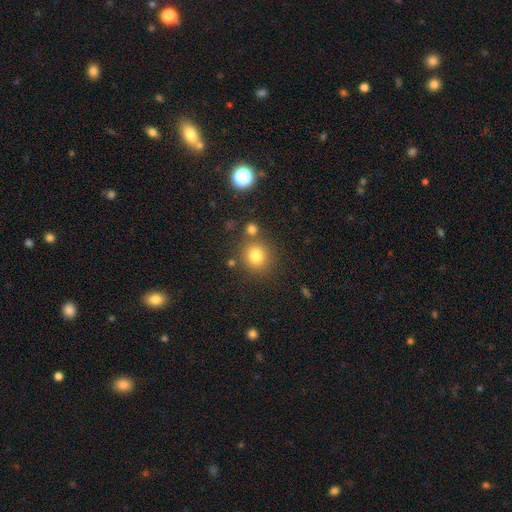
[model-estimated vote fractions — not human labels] Q: Smooth or featured?
A: smooth (79%); runner-up: star or artifact (13%)
Q: How rounded?
A: round (86%); runner-up: in between (13%)
Q: Merging?
A: none (75%); runner-up: merger (11%)